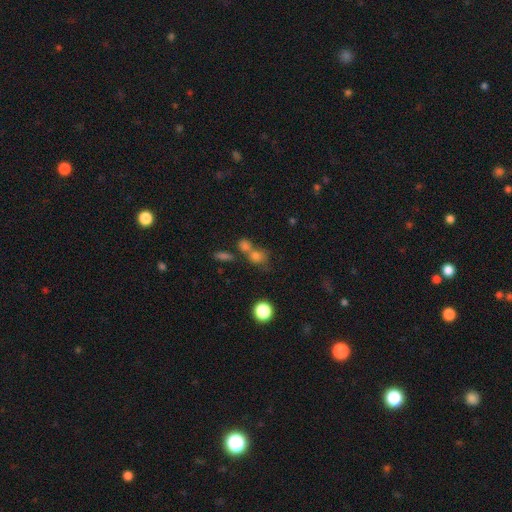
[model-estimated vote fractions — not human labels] smooth-or-featured: smooth: 71% | star or artifact: 18% | featured or disk: 11%
  how-rounded: round: 69% | in between: 29% | cigar-shaped: 2%
  merging: merger: 46% | none: 39% | minor disturbance: 9% | major disturbance: 6%